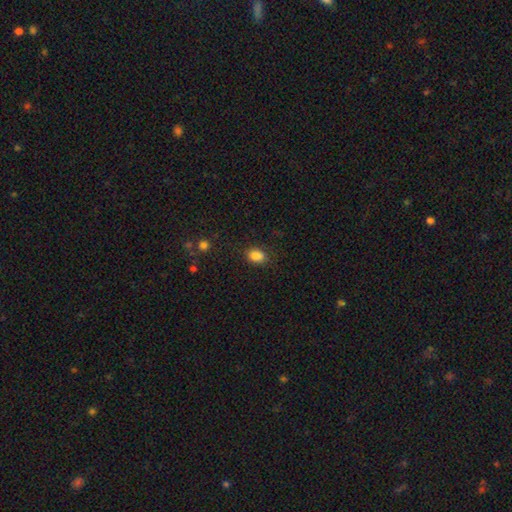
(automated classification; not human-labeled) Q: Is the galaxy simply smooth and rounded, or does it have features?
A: smooth — 85%.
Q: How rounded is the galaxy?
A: in between — 71%.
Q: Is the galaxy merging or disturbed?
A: none — 80%.